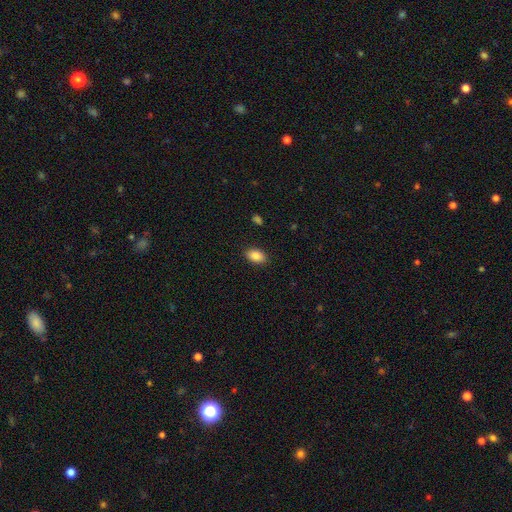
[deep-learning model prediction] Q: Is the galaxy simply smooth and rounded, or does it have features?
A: smooth — 87%.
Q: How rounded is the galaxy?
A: in between — 90%.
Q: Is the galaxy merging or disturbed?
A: none — 88%.